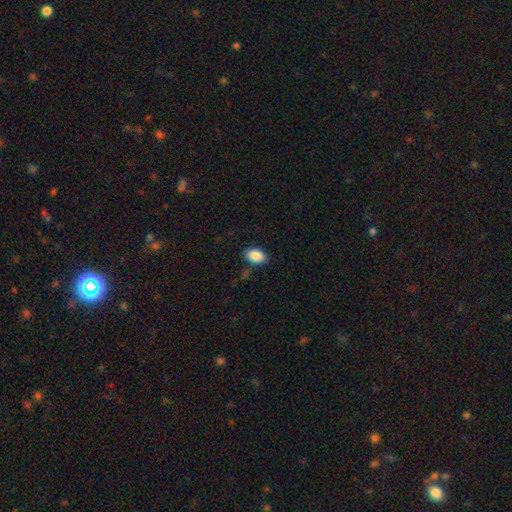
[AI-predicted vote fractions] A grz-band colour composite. It shows a smooth galaxy with no disk features (89%) that is in between round and cigar-shaped (90%). Merging: none (83%).